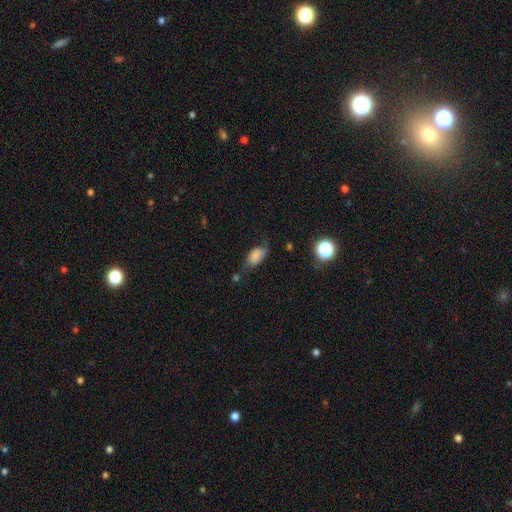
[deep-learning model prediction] Smooth or featured? Predicted: smooth (p=0.70). How rounded? Predicted: in between (p=0.89). Merging? Predicted: none (p=0.45).